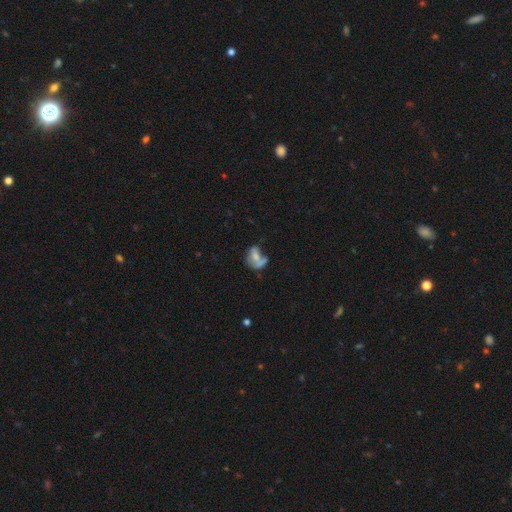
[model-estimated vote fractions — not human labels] A smooth galaxy with no disk features (44%). Merging: merger (29%, tied with none).